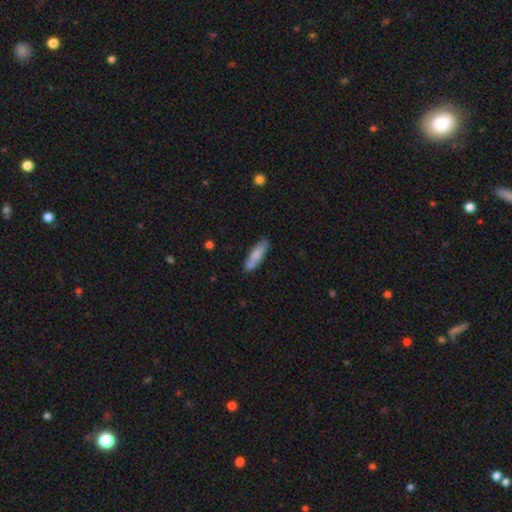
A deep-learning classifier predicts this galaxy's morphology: Smooth or featured? smooth (76%)
How rounded? cigar-shaped (60%)
Merging? none (77%)